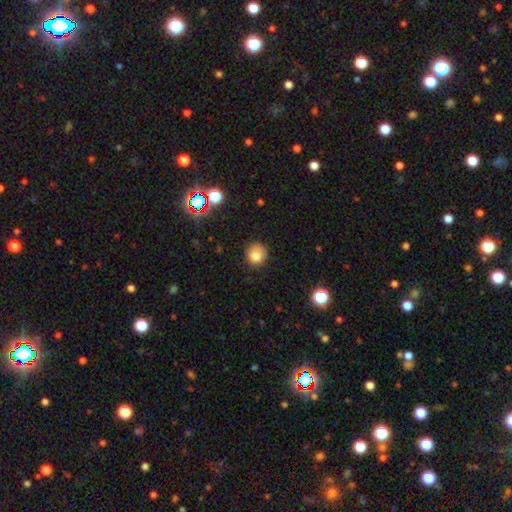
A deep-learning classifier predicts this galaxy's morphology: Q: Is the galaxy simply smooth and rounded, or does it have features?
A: smooth — 79%.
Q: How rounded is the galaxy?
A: round — 89%.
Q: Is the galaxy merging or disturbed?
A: none — 76%.